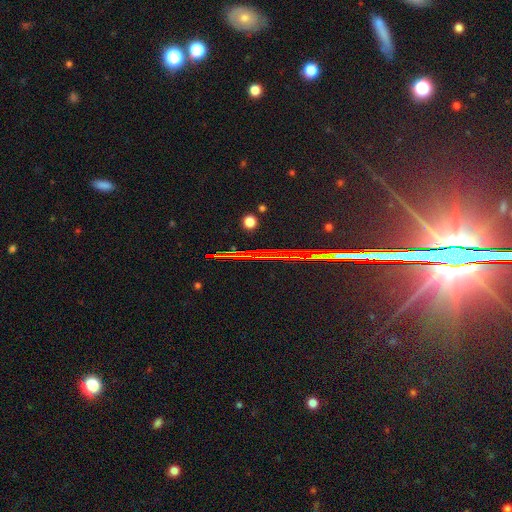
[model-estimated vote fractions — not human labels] This is clearly a star or artifact rather than a galaxy (82%).